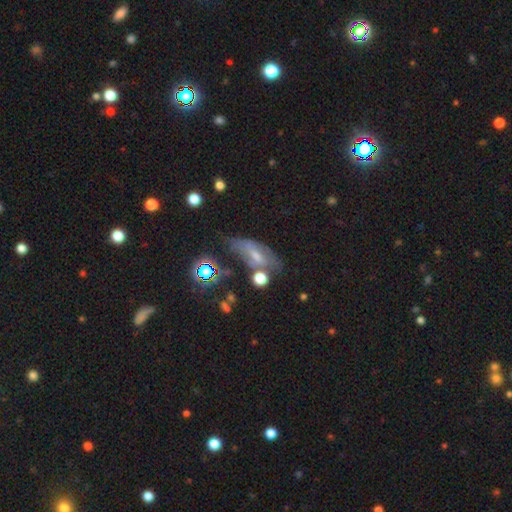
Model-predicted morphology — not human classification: Smooth or featured: featured or disk — 40% (smooth — 34%)
Merging: none — 53% (minor disturbance — 24%)